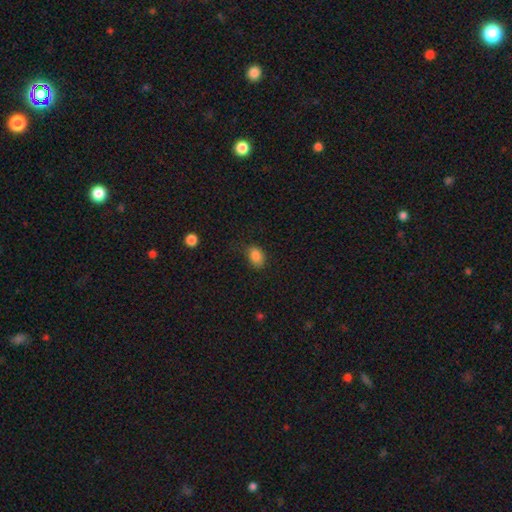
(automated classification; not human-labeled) A smooth galaxy with no disk features (85%) that is in between round and cigar-shaped (78%). Merging: none (73%).